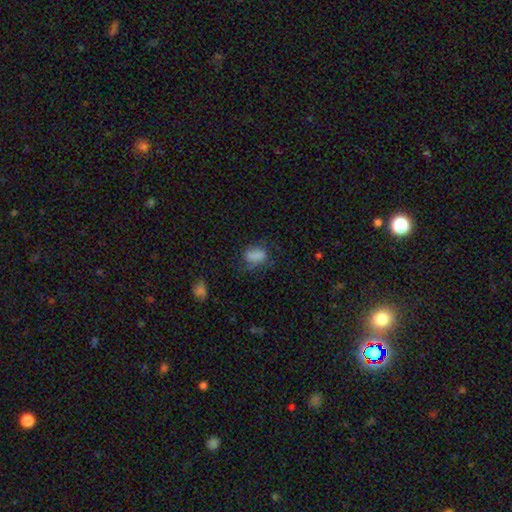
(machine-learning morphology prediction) A smooth galaxy with no disk features (77%) that is in between round and cigar-shaped (81%).

Vote fractions:
- Smooth or featured? smooth: 77% / star or artifact: 12% / featured or disk: 11%
- How rounded? in between: 81% / round: 15% / cigar-shaped: 4%
- Merging? none: 52% / minor disturbance: 27% / major disturbance: 18% / merger: 3%